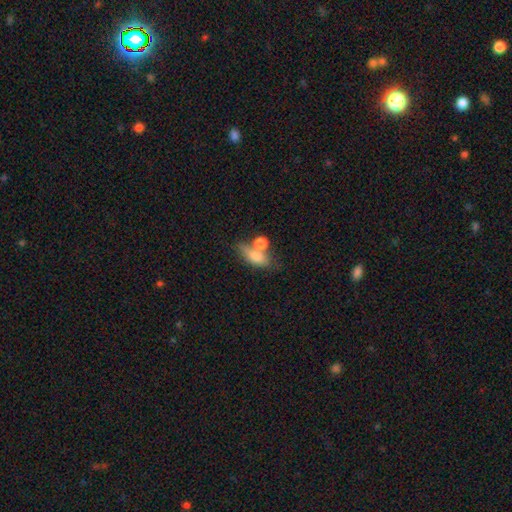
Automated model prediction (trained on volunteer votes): Smooth or featured: smooth — 71% (featured or disk — 20%)
How rounded: in between — 70% (cigar-shaped — 18%)
Merging: merger — 39% (none — 37%)